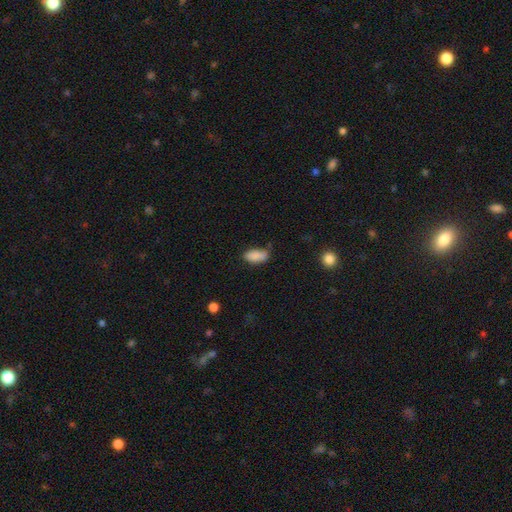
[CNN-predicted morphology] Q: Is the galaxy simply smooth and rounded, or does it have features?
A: smooth — 88%.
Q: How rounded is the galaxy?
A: in between — 89%.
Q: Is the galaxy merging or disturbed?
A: none — 70%.